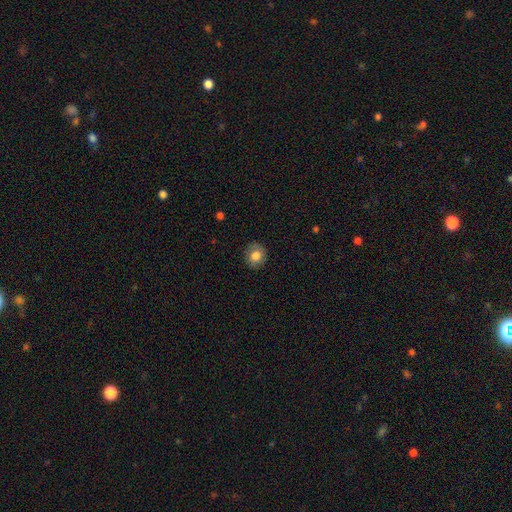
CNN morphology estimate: Smooth or featured? smooth (79%)
How rounded? round (80%)
Merging? none (84%)